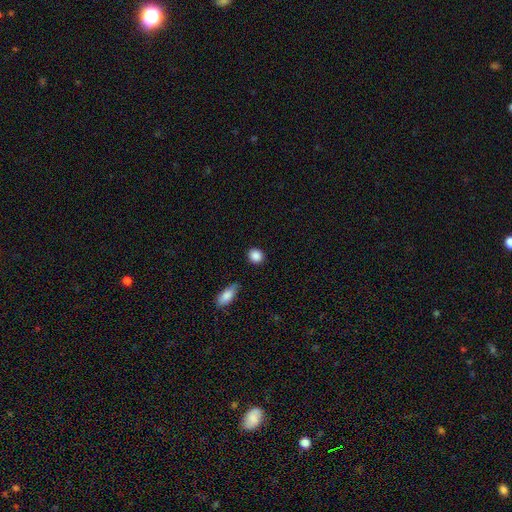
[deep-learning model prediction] Overall: smooth (88%). How rounded: round (81%). Merging: none (88%).